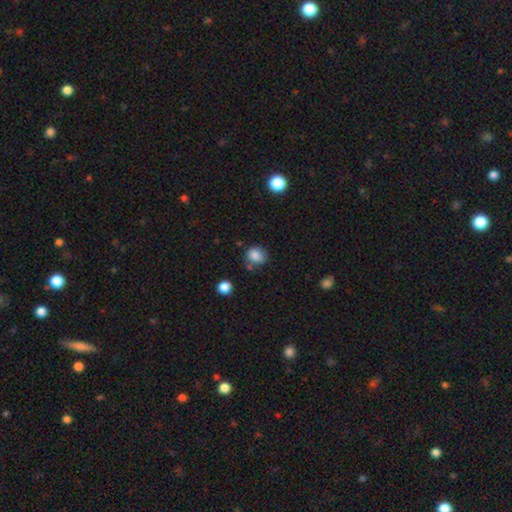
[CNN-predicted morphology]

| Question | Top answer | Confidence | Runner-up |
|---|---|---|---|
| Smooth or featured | smooth | 84% | star or artifact (11%) |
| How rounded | round | 71% | in between (28%) |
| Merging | none | 67% | minor disturbance (20%) |